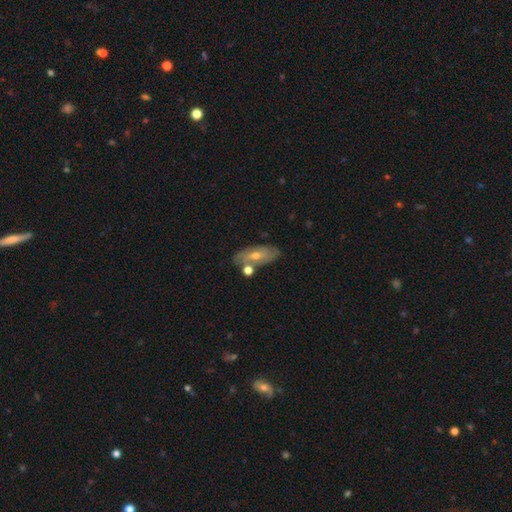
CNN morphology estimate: smooth-or-featured: featured or disk: 56% | smooth: 35% | star or artifact: 9%
  disk-edge-on: no: 81% | yes: 19%
  merging: none: 66% | minor disturbance: 17% | merger: 13% | major disturbance: 5%